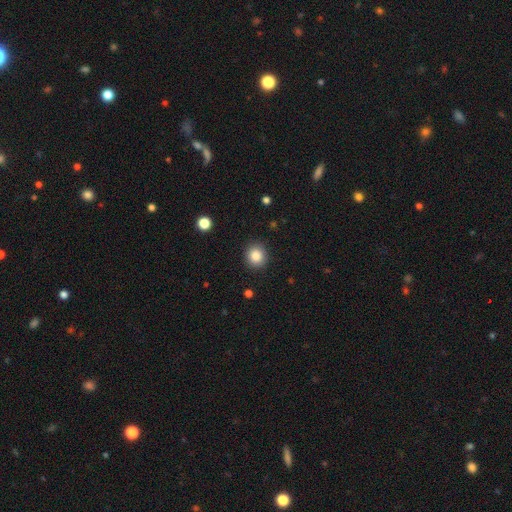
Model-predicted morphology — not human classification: Smooth or featured: smooth — 86% (star or artifact — 10%)
How rounded: round — 87% (in between — 12%)
Merging: none — 89% (minor disturbance — 7%)